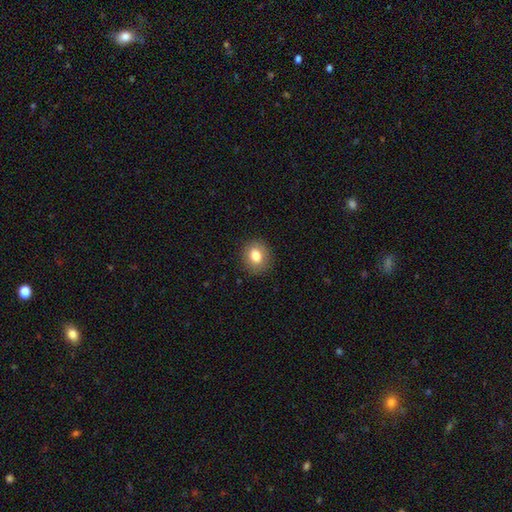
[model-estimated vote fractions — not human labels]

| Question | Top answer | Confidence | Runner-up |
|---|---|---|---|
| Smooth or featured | smooth | 80% | featured or disk (10%) |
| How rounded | round | 70% | in between (30%) |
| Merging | none | 88% | minor disturbance (8%) |